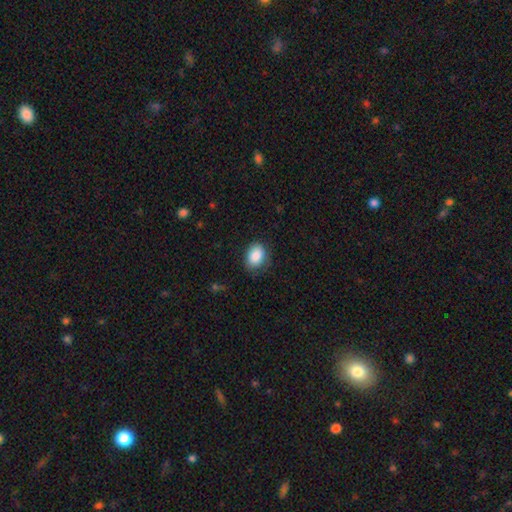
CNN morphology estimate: Q: Smooth or featured?
A: smooth (88%); runner-up: star or artifact (8%)
Q: How rounded?
A: in between (71%); runner-up: round (28%)
Q: Merging?
A: none (77%); runner-up: minor disturbance (18%)